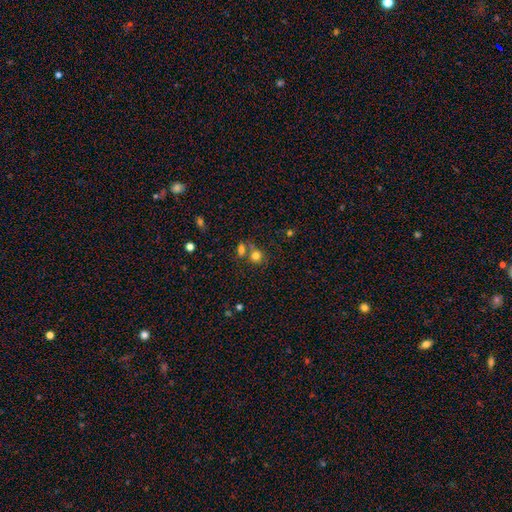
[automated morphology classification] This appears to be a smooth galaxy with no disk features (77%) that is round (78%). Merging: none (51%).